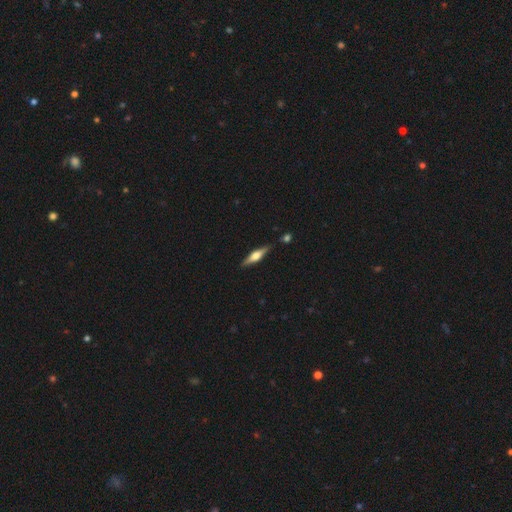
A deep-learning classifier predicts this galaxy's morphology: This is likely a featured or disk galaxy (63%). It is clearly viewed edge-on (96%). Edge-on bulge: clearly rounded (87%). Merging: clearly none (86%).